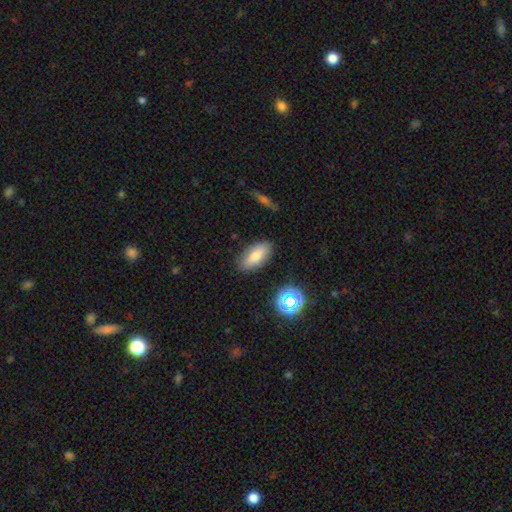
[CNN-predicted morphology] Overall: smooth (74%). How rounded: in between (86%). Merging: none (84%).